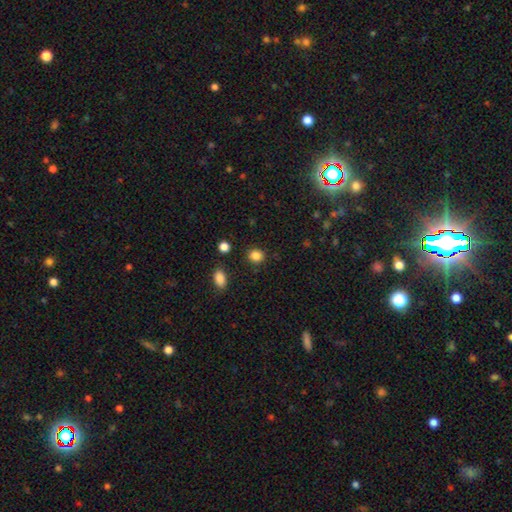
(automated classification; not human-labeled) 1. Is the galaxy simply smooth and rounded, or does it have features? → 86% smooth, 11% star or artifact, 3% featured or disk.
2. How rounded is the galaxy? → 73% round, 26% in between, 1% cigar-shaped.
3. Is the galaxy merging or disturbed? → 86% none, 9% minor disturbance, 3% major disturbance, 3% merger.